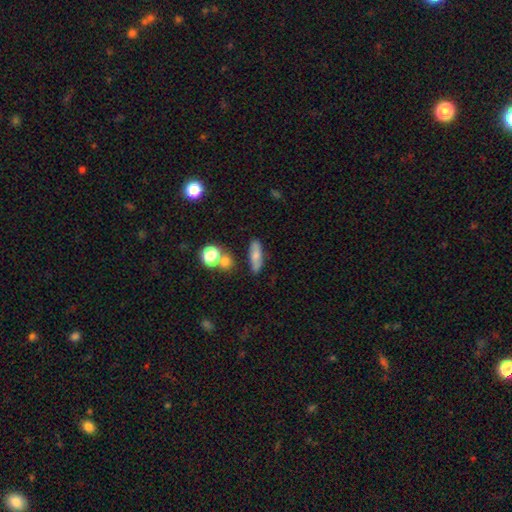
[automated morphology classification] smooth_or_featured: smooth (p=0.69) [alt: featured or disk p=0.21]
how_rounded: in between (p=0.49) [alt: cigar-shaped p=0.42]
merging: none (p=0.69) [alt: minor disturbance p=0.14]